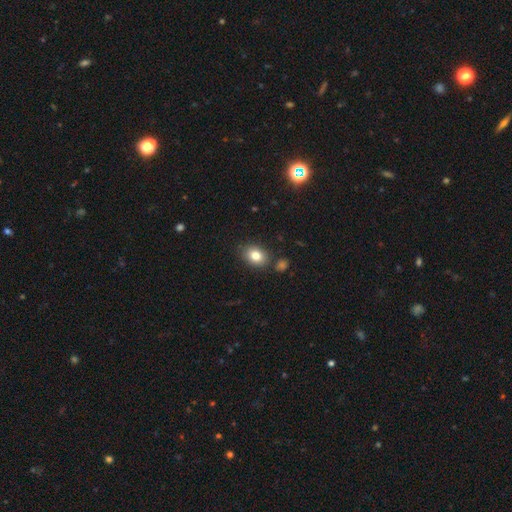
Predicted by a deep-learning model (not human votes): Smooth or featured: smooth — 81% (star or artifact — 10%)
How rounded: in between — 66% (round — 33%)
Merging: none — 81% (minor disturbance — 11%)